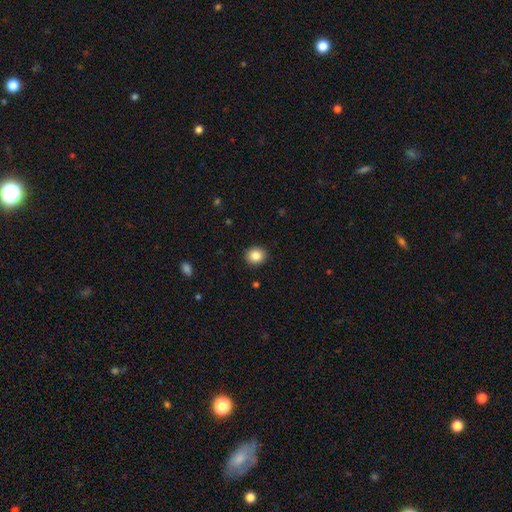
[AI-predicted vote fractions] smooth-or-featured: smooth: 84% | star or artifact: 9% | featured or disk: 6%
  how-rounded: round: 80% | in between: 19% | cigar-shaped: 1%
  merging: none: 92% | minor disturbance: 6% | major disturbance: 2% | merger: 1%